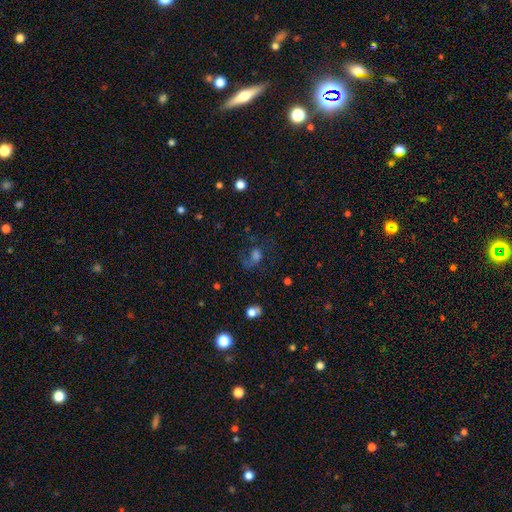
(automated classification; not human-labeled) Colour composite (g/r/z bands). It shows a smooth galaxy with no disk features (46%). Merging: none (45%).